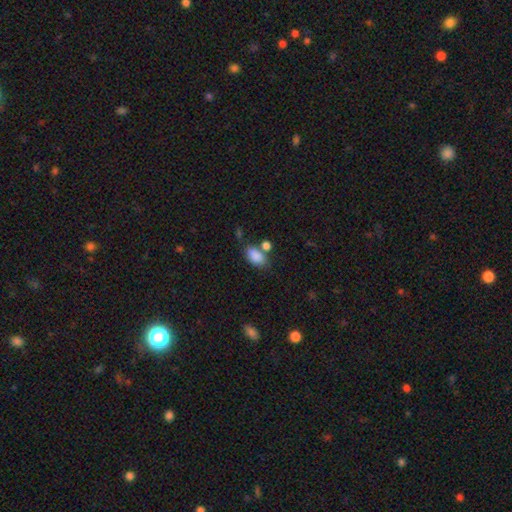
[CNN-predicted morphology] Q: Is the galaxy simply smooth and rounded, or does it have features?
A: smooth — 86%.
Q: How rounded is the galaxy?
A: in between — 90%.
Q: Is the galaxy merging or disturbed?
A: none — 56%.